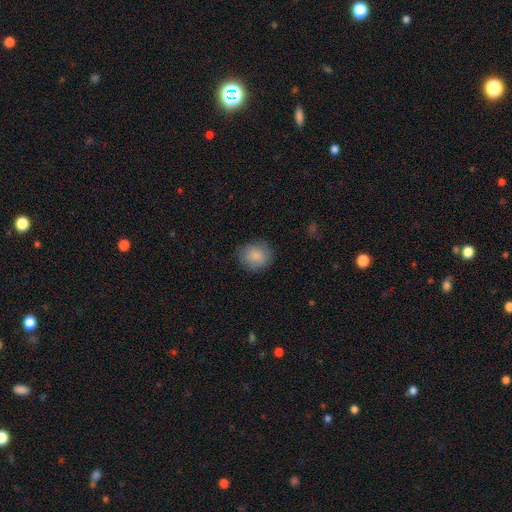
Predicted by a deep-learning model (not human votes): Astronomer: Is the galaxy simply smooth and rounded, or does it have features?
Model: smooth — 87%.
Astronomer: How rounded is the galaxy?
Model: round — 74%.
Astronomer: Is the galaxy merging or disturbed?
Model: none — 82%.